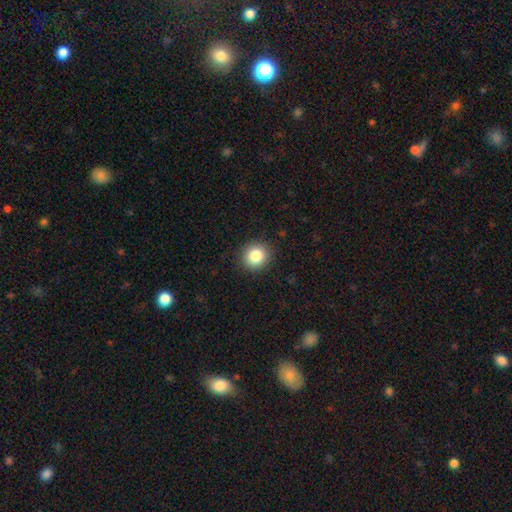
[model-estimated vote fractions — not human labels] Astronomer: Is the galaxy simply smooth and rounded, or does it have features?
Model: smooth — 84%.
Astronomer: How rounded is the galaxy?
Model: round — 84%.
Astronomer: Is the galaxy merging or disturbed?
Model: none — 90%.